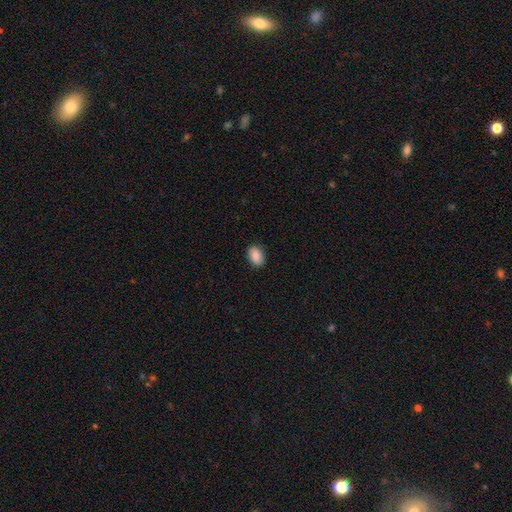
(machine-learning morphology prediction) This is clearly a smooth galaxy (89%). How rounded: clearly in between (82%). Merging: clearly none (87%).